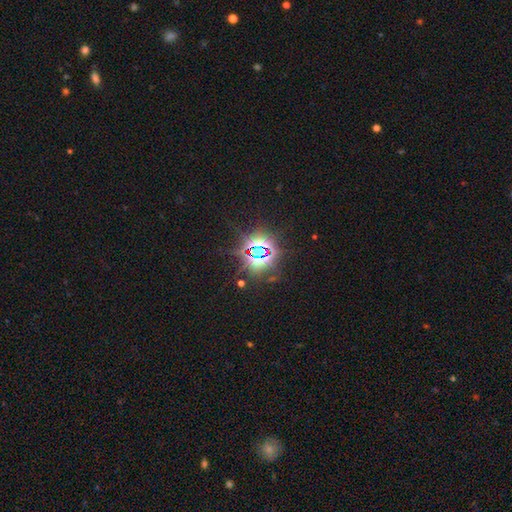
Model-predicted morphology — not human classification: This appears to be a star or artifact, not a galaxy (82%).